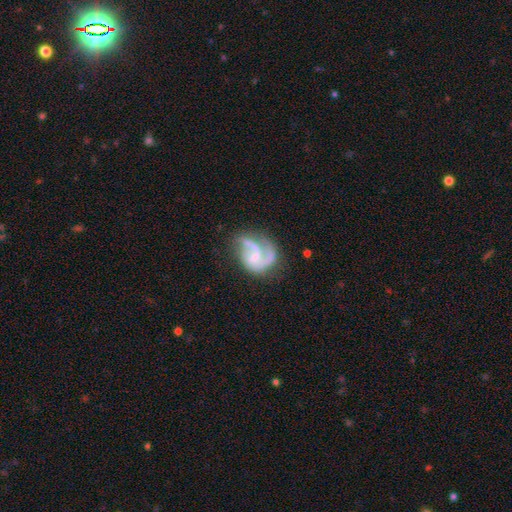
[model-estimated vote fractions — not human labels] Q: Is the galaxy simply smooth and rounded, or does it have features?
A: featured or disk — 80%.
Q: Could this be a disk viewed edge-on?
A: no — 98%.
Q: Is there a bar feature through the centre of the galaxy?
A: no — 54%.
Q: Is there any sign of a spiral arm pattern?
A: yes — 91%.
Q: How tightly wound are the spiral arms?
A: medium — 47%.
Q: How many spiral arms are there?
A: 2 — 45%.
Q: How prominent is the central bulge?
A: small — 45%.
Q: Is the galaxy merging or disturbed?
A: none — 41%.